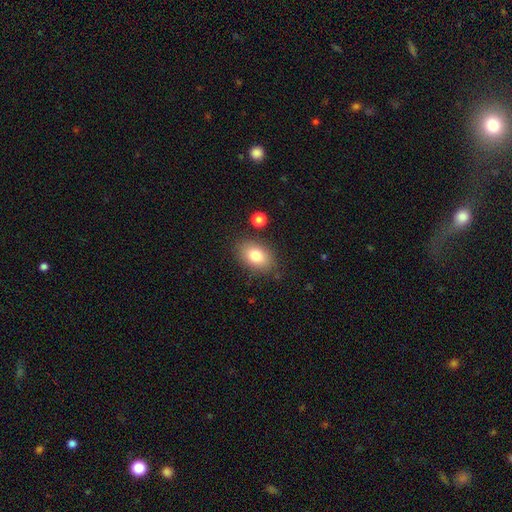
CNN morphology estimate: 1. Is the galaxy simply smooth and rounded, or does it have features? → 80% smooth, 11% featured or disk, 9% star or artifact.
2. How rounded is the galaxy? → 81% in between, 18% round, 1% cigar-shaped.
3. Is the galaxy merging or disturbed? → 82% none, 12% minor disturbance, 3% major disturbance, 3% merger.